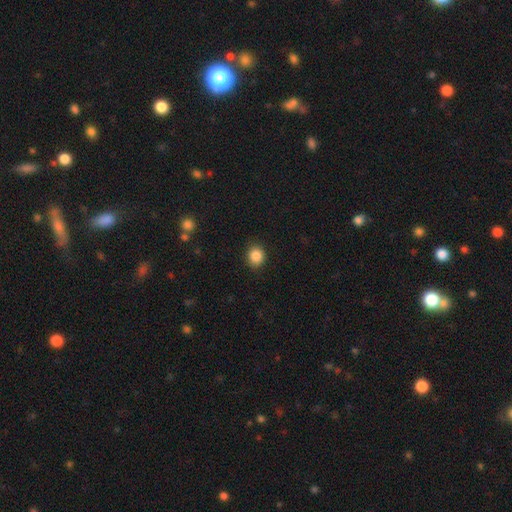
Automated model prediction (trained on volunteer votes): Smooth or featured? smooth (87%)
How rounded? round (73%)
Merging? none (87%)